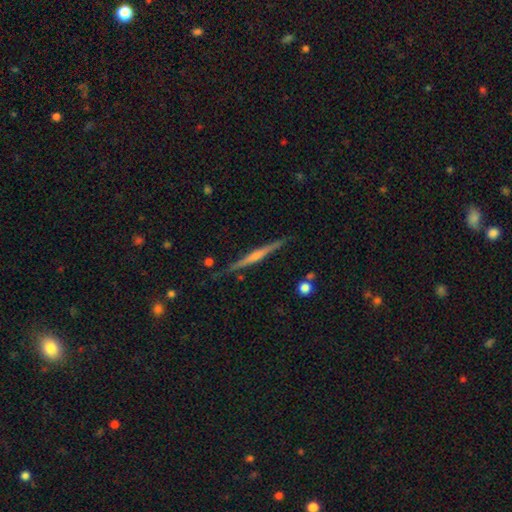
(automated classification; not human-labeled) A featured or disk galaxy (77%) viewed edge-on (98%) with a rounded central bulge (69%). Merging: none (90%).